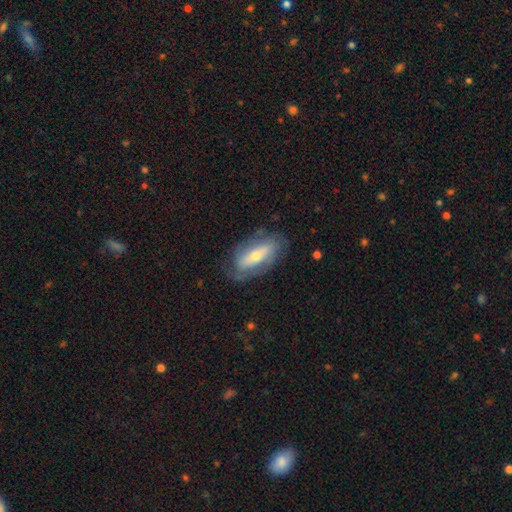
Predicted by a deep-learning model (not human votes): Morphology: type=featured or disk (59%); edge-on=no (80%); merging=none (73%).